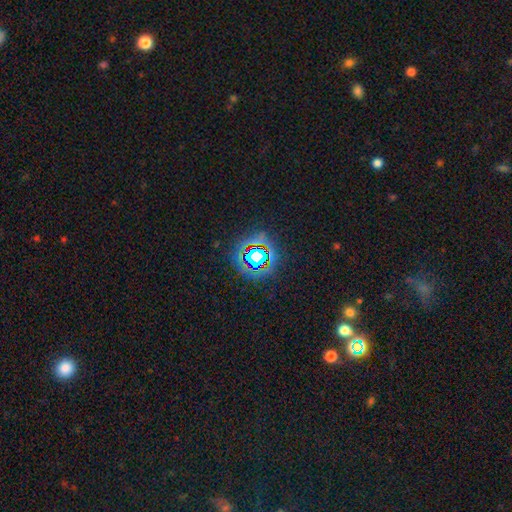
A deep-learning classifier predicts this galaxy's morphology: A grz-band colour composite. It shows a star or artifact, not a galaxy (73%).